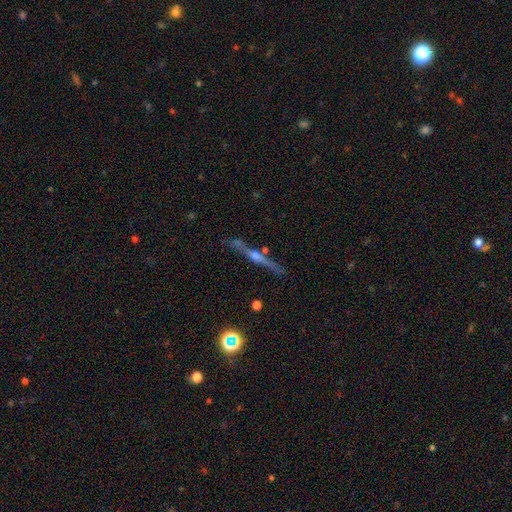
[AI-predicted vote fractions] A featured or disk galaxy (76%) viewed edge-on (97%) with a rounded central bulge (81%).

Vote fractions:
- Smooth or featured? featured or disk: 76% / smooth: 15% / star or artifact: 9%
- Edge-on disk? yes: 97% / no: 3%
- Edge-on bulge? rounded: 81% / none: 11% / boxy: 8%
- Merging? none: 80% / minor disturbance: 12% / merger: 5% / major disturbance: 3%